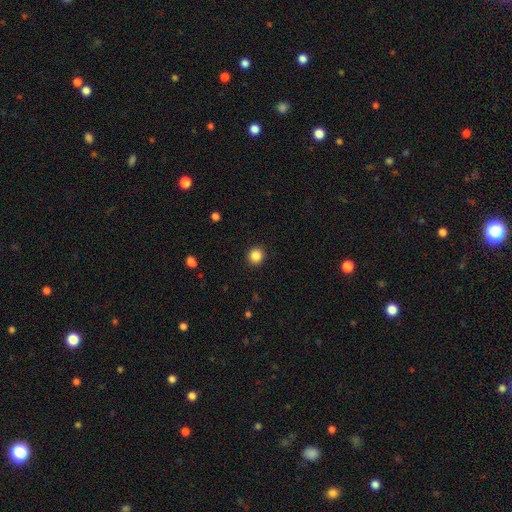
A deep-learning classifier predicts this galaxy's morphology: Smooth or featured: smooth — 86% (star or artifact — 11%)
How rounded: round — 92% (in between — 7%)
Merging: none — 92% (minor disturbance — 5%)